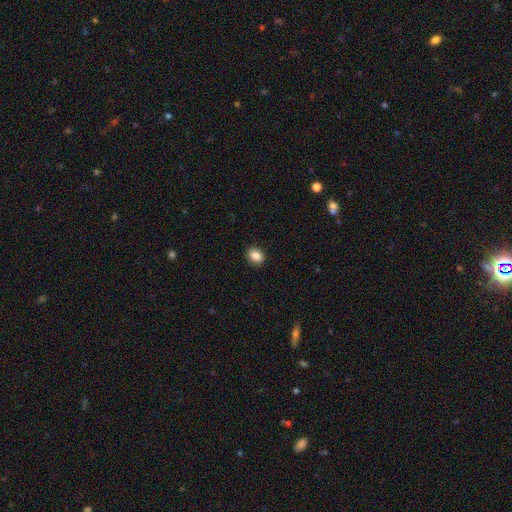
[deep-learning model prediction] A smooth galaxy with no disk features (87%) that is in between round and cigar-shaped (59%). Merging: none (90%).